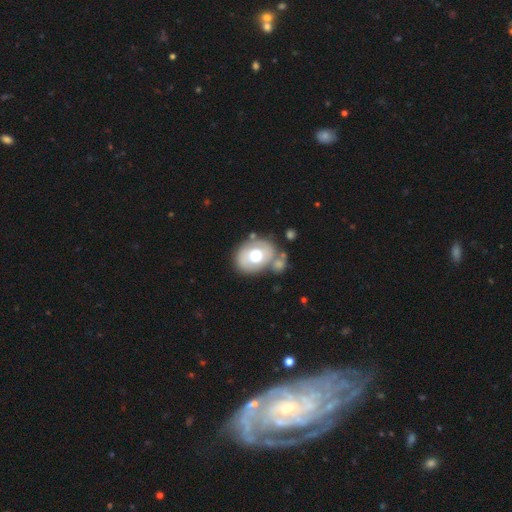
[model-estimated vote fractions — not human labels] The model was most divided on "how rounded": in between: 56%, round: 44%, cigar-shaped: 1%. More confident: merging — none (57%); smooth or featured — smooth (53%).